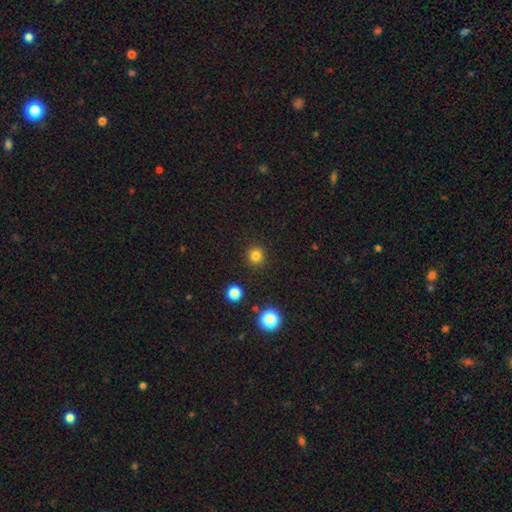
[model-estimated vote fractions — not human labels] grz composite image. It shows a smooth galaxy with no disk features (81%) that is round (94%). Merging: none (91%).